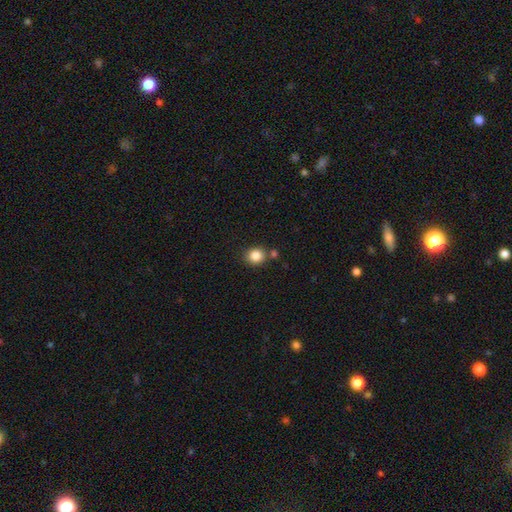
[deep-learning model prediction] smooth-or-featured: smooth: 85% | star or artifact: 11% | featured or disk: 5%
  how-rounded: round: 83% | in between: 16% | cigar-shaped: 1%
  merging: none: 77% | merger: 11% | minor disturbance: 10% | major disturbance: 3%